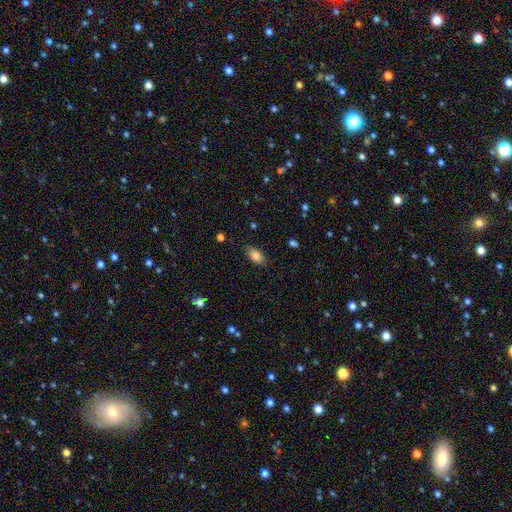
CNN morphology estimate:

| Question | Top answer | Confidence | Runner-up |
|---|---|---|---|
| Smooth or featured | smooth | 84% | star or artifact (8%) |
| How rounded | in between | 89% | round (5%) |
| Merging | none | 83% | minor disturbance (13%) |